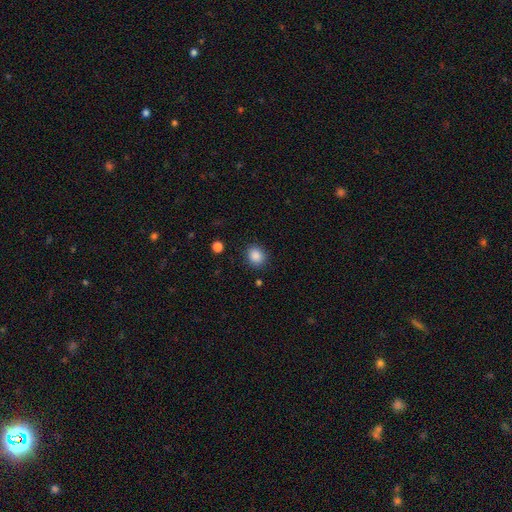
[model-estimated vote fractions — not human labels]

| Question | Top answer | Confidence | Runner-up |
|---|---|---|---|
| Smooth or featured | smooth | 87% | star or artifact (9%) |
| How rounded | round | 72% | in between (27%) |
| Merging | none | 87% | minor disturbance (9%) |